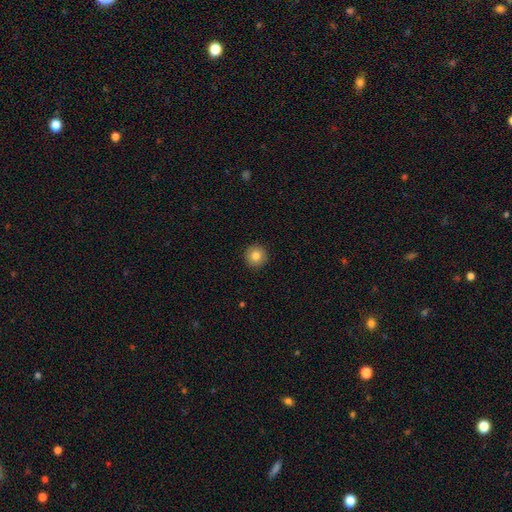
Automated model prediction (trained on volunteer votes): Smooth or featured?
  - smooth: 83% *
  - star or artifact: 9%
  - featured or disk: 8%
How rounded?
  - round: 95% *
  - in between: 4%
  - cigar-shaped: 1%
Merging?
  - none: 93% *
  - minor disturbance: 5%
  - major disturbance: 1%
  - merger: 1%